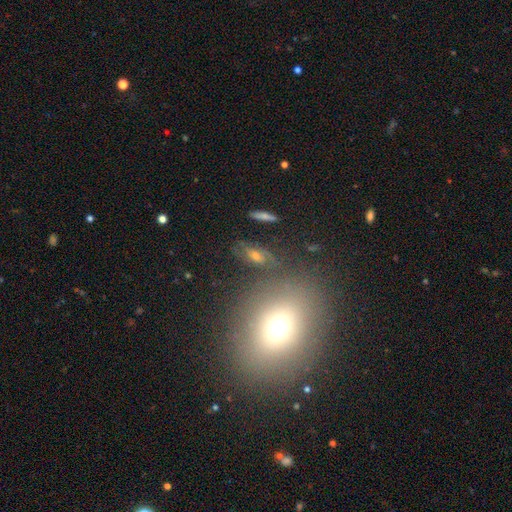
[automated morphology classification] Overall: smooth (42%; featured or disk 36%). Merging: none (70%).